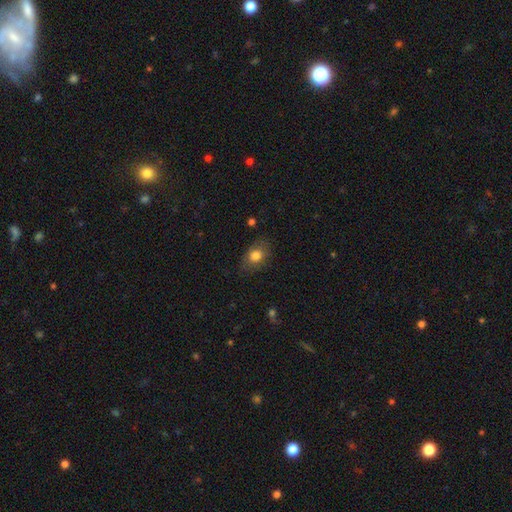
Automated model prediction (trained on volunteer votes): Overall: smooth (80%). How rounded: in between (73%). Merging: none (78%).